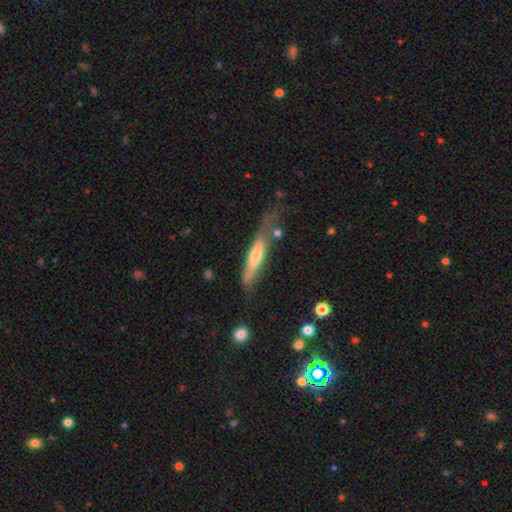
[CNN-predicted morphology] Smooth or featured?
  - smooth: 49% *
  - featured or disk: 45%
  - star or artifact: 6%
Merging?
  - none: 43% *
  - minor disturbance: 30%
  - major disturbance: 21%
  - merger: 6%